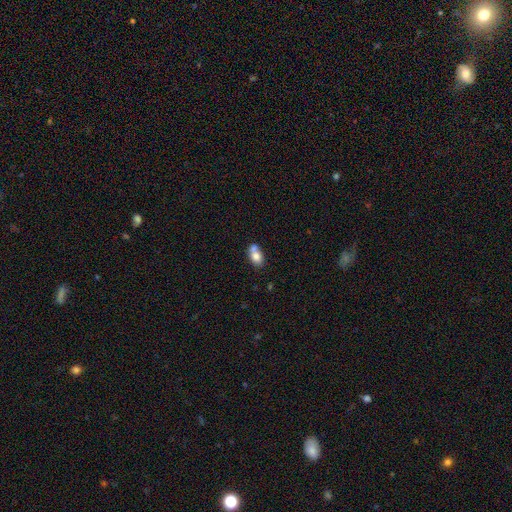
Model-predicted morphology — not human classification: type=smooth (76%); roundness=in between (75%); merging=merger (45%).